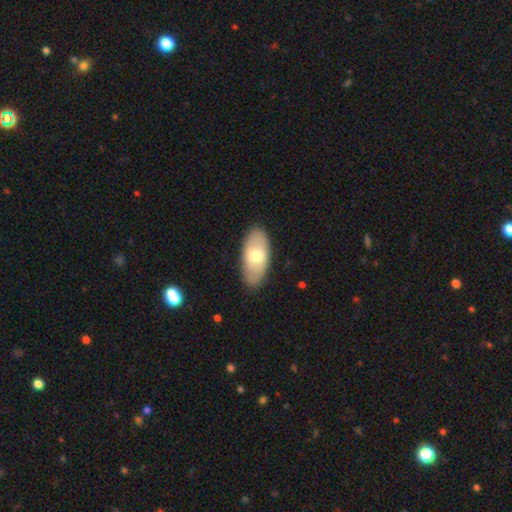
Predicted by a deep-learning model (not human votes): This is likely a smooth galaxy (63%). How rounded: clearly in between (92%). Merging: clearly none (86%).